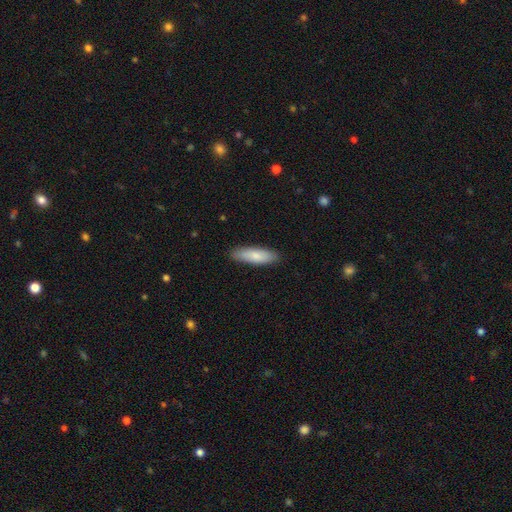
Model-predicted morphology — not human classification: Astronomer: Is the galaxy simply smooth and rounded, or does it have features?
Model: smooth — 81%.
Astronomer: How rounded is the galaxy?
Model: cigar-shaped — 60% (runner-up: in between, 39%).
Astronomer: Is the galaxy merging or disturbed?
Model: none — 88%.